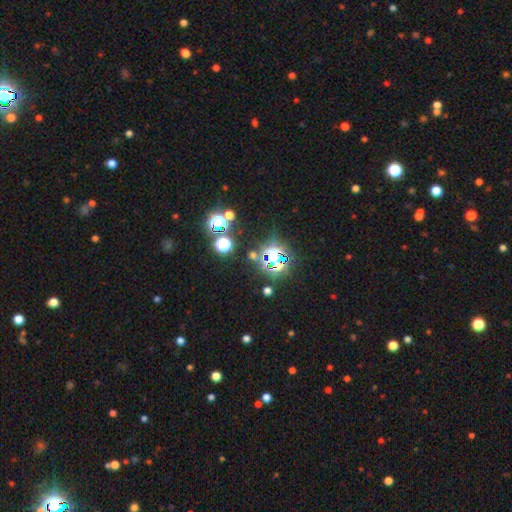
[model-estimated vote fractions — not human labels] Smooth or featured? star or artifact (77%)